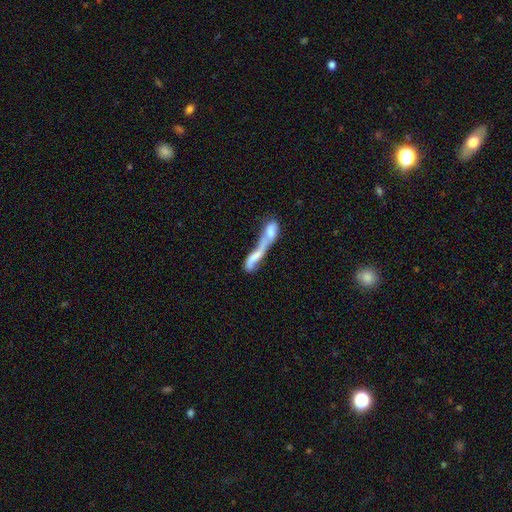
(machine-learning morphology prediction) Overall: featured or disk (45%, tied with smooth). Merging: merger (72%).